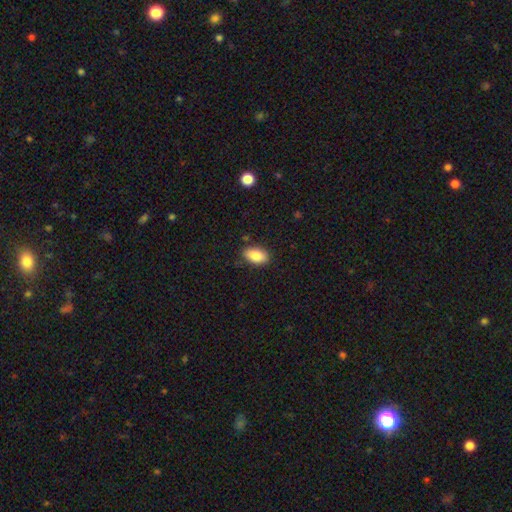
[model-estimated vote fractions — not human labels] smooth_or_featured: smooth (p=0.87) [alt: star or artifact p=0.07]
how_rounded: in between (p=0.92) [alt: round p=0.06]
merging: none (p=0.83) [alt: minor disturbance p=0.12]